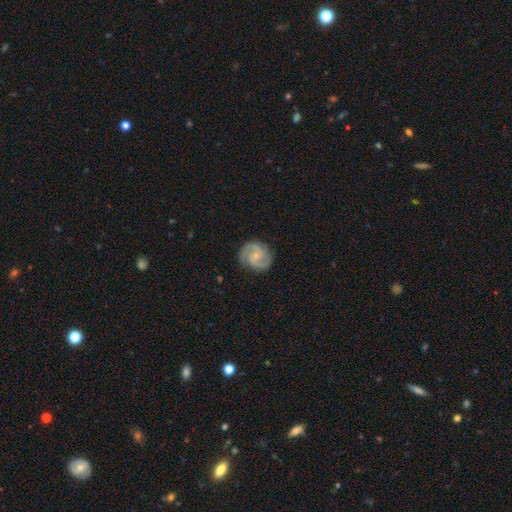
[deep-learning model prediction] The model was most divided on "bar": no: 53%, weak: 40%, strong: 8%. More confident: edge-on disk — no (98%); spiral arms — yes (97%); smooth or featured — featured or disk (85%); merging — none (83%); spiral arm count — 2 (83%); bulge size — small (70%); spiral winding — medium (53%).